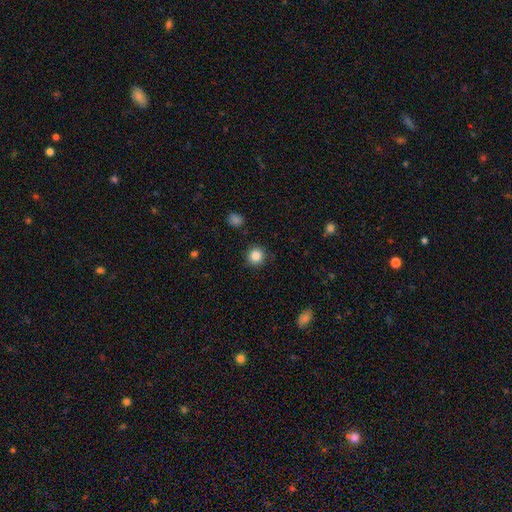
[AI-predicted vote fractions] Smooth or featured? smooth (86%)
How rounded? round (94%)
Merging? none (90%)